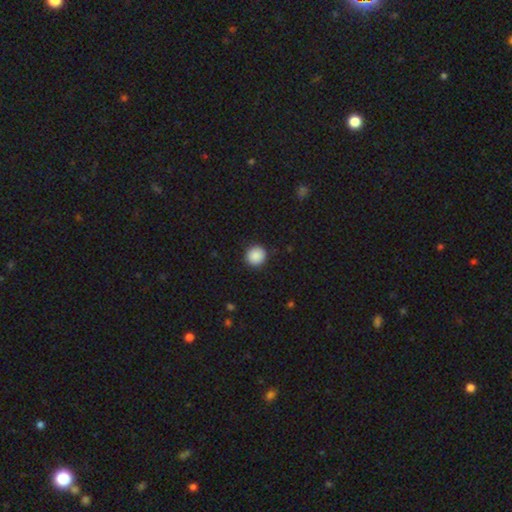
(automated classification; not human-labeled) Smooth or featured?
  - smooth: 89% *
  - star or artifact: 8%
  - featured or disk: 3%
How rounded?
  - round: 93% *
  - in between: 6%
  - cigar-shaped: 1%
Merging?
  - none: 91% *
  - minor disturbance: 6%
  - major disturbance: 2%
  - merger: 1%